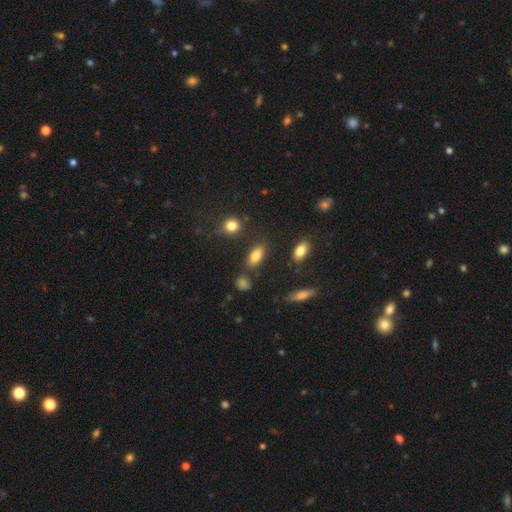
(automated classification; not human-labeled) A smooth galaxy with no disk features (80%) that is in between round and cigar-shaped (83%).

Vote fractions:
- Smooth or featured? smooth: 80% / featured or disk: 11% / star or artifact: 9%
- How rounded? in between: 83% / cigar-shaped: 12% / round: 5%
- Merging? none: 79% / minor disturbance: 13% / merger: 5% / major disturbance: 4%